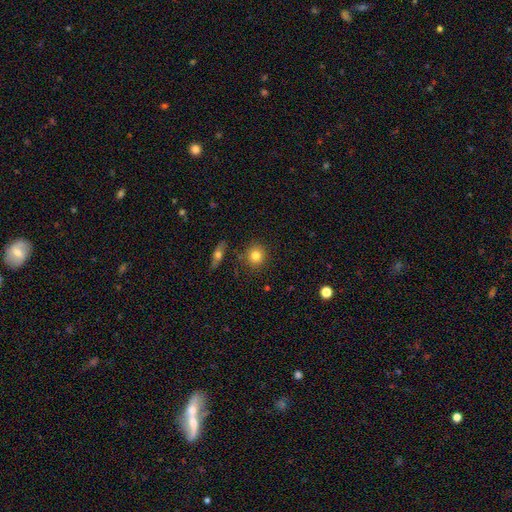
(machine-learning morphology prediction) Smooth or featured? Predicted: smooth (p=0.81). How rounded? Predicted: round (p=0.87). Merging? Predicted: none (p=0.85).